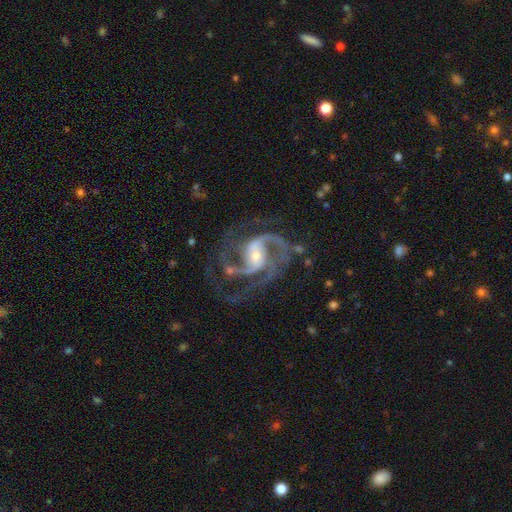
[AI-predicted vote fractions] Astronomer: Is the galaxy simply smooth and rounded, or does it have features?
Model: featured or disk — 93%.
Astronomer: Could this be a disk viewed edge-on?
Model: no — 98%.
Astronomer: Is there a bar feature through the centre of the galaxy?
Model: no — 39% (runner-up: weak, 37%).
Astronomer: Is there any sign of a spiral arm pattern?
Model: yes — 99%.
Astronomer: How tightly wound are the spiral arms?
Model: medium — 61%.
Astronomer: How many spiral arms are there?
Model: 2 — 44% (runner-up: 3, 36%).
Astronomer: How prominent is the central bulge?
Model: small — 56% (runner-up: moderate, 39%).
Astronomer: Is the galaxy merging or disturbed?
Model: none — 62%.